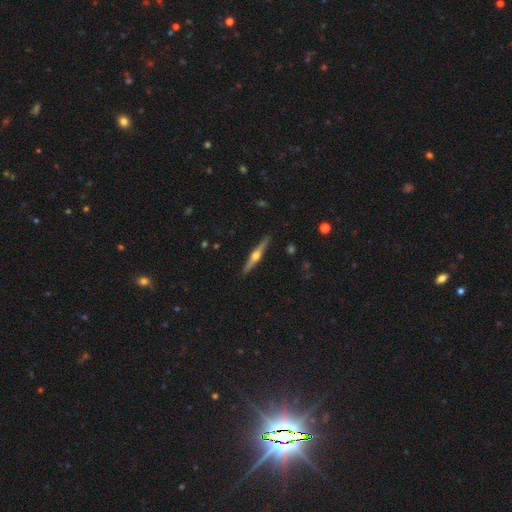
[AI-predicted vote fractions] Q: Smooth or featured?
A: featured or disk (74%); runner-up: smooth (20%)
Q: Edge-on disk?
A: yes (98%); runner-up: no (2%)
Q: Edge-on bulge?
A: rounded (95%); runner-up: none (2%)
Q: Merging?
A: none (91%); runner-up: minor disturbance (6%)